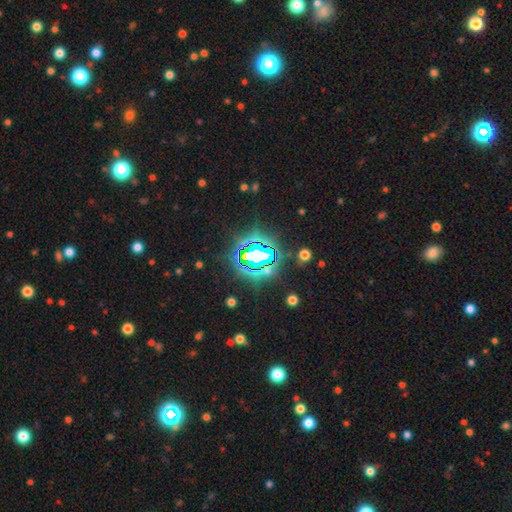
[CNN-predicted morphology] This appears to be a star or artifact, not a galaxy (78%).